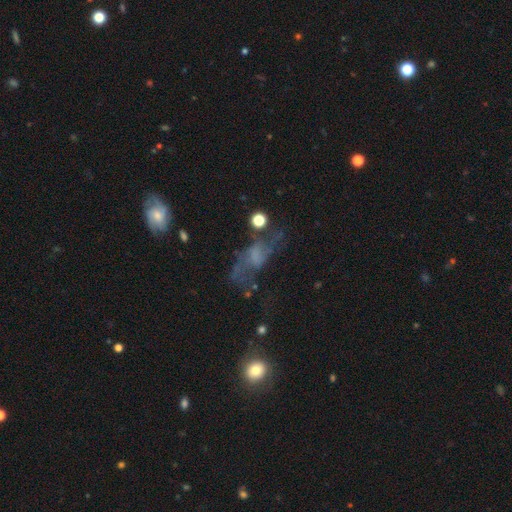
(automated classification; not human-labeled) The model was most divided on "merging": none: 41%, major disturbance: 32%, minor disturbance: 20%, merger: 7%. More confident: edge-on disk — no (89%); smooth or featured — featured or disk (51%).